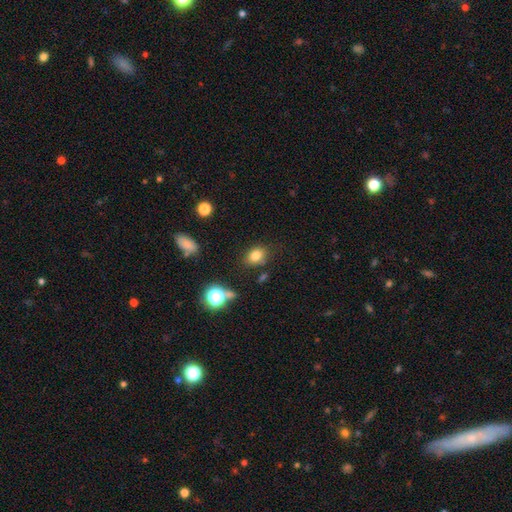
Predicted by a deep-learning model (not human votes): This is likely a smooth galaxy (78%). How rounded: likely in between (63%). Merging: likely none (75%).